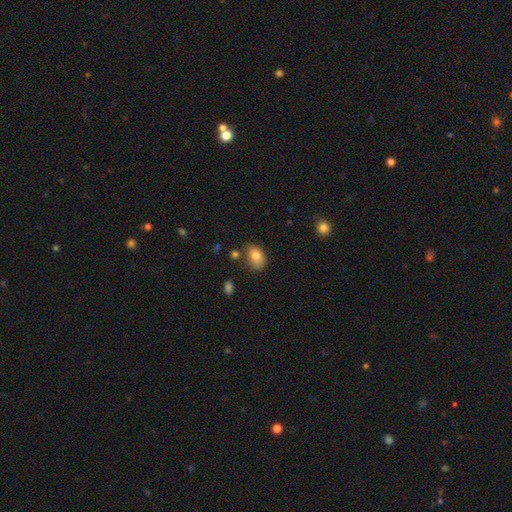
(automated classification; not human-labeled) The model was most divided on "merging": none: 59%, minor disturbance: 28%, major disturbance: 7%, merger: 6%. More confident: how rounded — in between (83%); smooth or featured — smooth (80%).